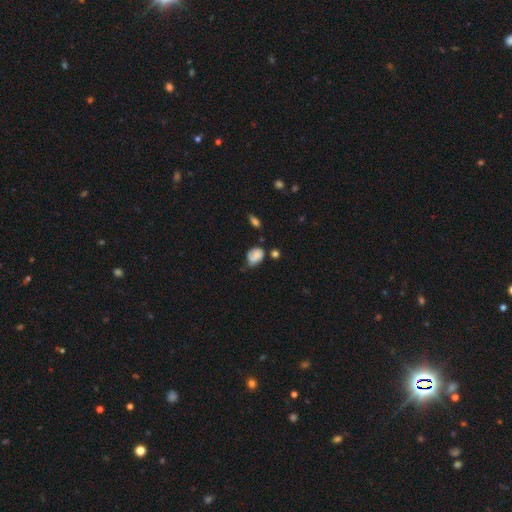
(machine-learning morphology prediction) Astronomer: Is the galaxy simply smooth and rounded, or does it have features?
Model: smooth — 64%.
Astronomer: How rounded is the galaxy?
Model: in between — 65%.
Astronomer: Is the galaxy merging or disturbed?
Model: minor disturbance — 38%, tied with none at 38%.